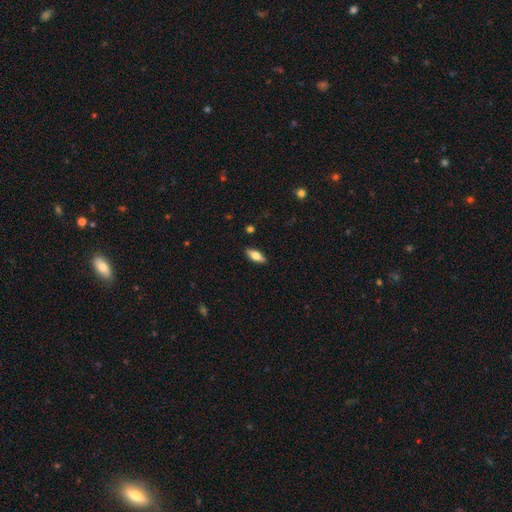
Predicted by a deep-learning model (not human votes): Smooth or featured: smooth — 69% (featured or disk — 25%)
How rounded: in between — 72% (cigar-shaped — 26%)
Merging: none — 89% (minor disturbance — 8%)